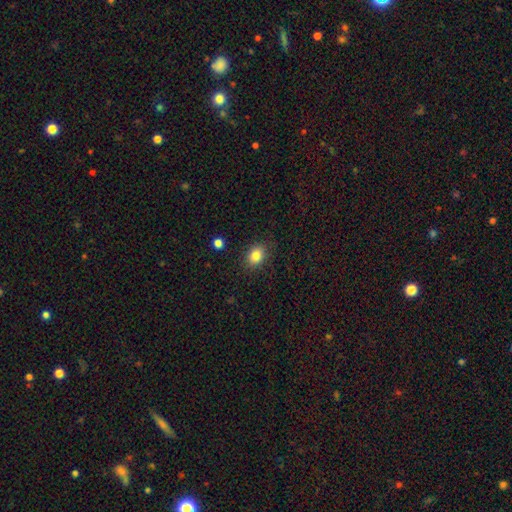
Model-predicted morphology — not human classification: Smooth or featured? Predicted: smooth (p=0.84). How rounded? Predicted: in between (p=0.61). Merging? Predicted: none (p=0.85).